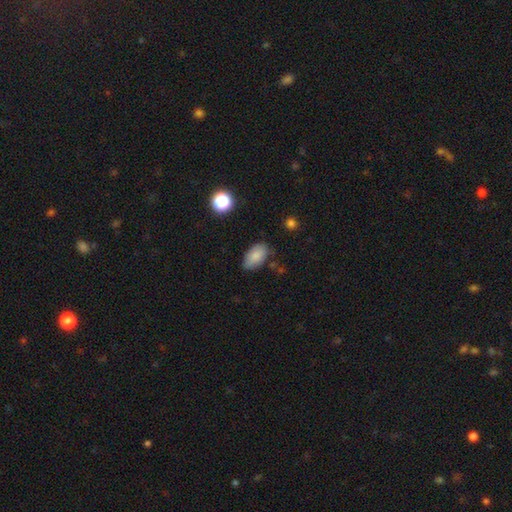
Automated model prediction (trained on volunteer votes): Smooth or featured?
  - smooth: 82% *
  - featured or disk: 10%
  - star or artifact: 8%
How rounded?
  - in between: 93% *
  - round: 5%
  - cigar-shaped: 2%
Merging?
  - none: 73% *
  - minor disturbance: 21%
  - major disturbance: 4%
  - merger: 2%